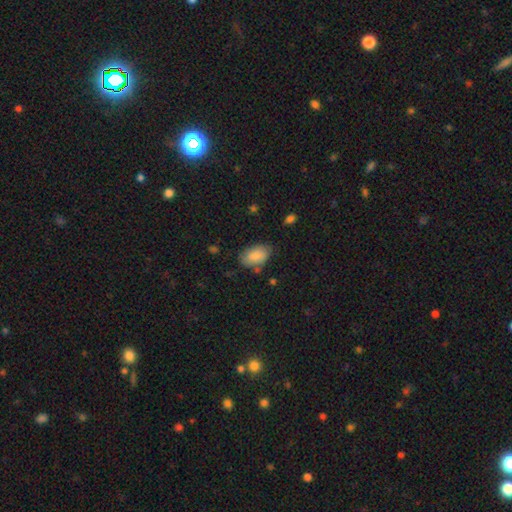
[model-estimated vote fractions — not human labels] Smooth or featured: smooth — 86% (featured or disk — 8%)
How rounded: in between — 92% (round — 6%)
Merging: none — 72% (minor disturbance — 20%)